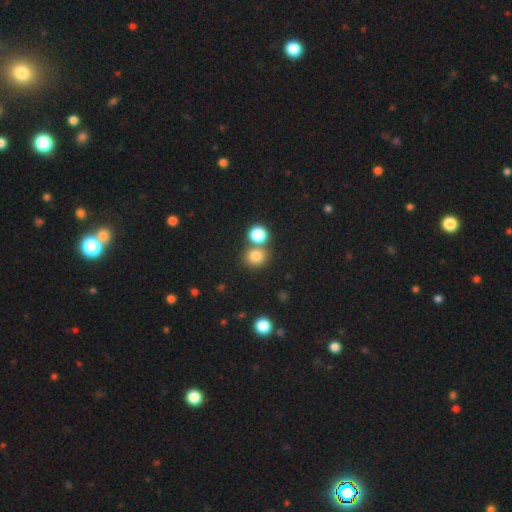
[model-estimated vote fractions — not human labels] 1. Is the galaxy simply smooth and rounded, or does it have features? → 79% smooth, 14% star or artifact, 7% featured or disk.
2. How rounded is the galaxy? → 83% round, 16% in between, 1% cigar-shaped.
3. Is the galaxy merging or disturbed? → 60% none, 30% merger, 7% minor disturbance, 3% major disturbance.